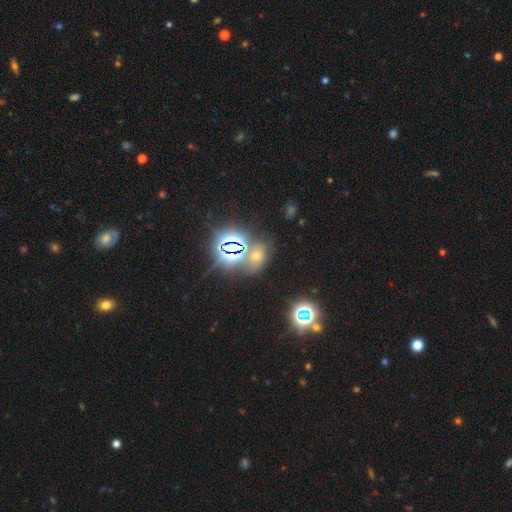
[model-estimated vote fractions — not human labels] Overall: star or artifact (61%; smooth 28%).